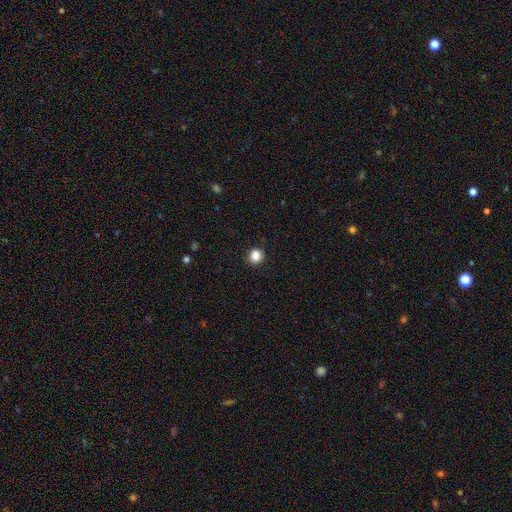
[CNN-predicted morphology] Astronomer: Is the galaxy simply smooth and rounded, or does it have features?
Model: smooth — 85%.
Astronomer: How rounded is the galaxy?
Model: round — 81%.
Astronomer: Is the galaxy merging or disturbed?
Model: none — 90%.